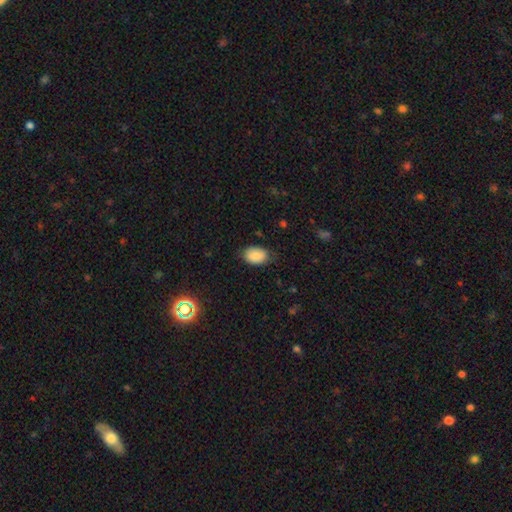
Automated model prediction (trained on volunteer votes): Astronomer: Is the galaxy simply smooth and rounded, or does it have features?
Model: smooth — 87%.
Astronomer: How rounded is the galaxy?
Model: in between — 81%.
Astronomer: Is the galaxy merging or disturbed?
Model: none — 74%.